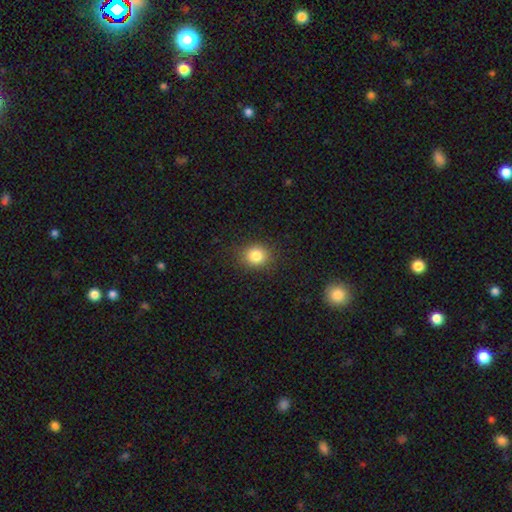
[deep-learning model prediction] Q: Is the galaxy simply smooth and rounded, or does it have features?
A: smooth — 83%.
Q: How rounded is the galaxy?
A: round — 74%.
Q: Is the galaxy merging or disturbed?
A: none — 88%.